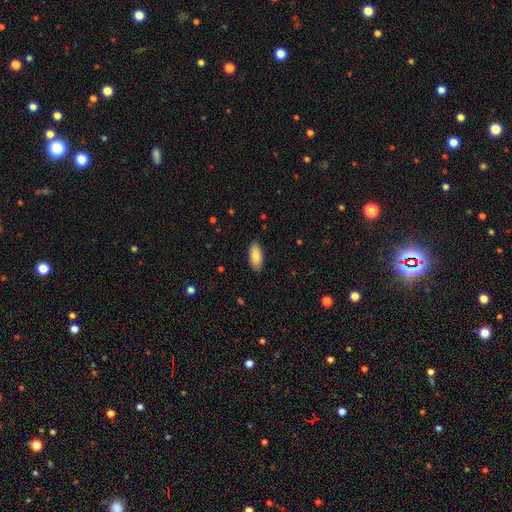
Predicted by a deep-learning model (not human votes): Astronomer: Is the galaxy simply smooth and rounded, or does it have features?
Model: smooth — 83%.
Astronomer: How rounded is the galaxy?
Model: in between — 89%.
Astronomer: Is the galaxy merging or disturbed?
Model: none — 88%.